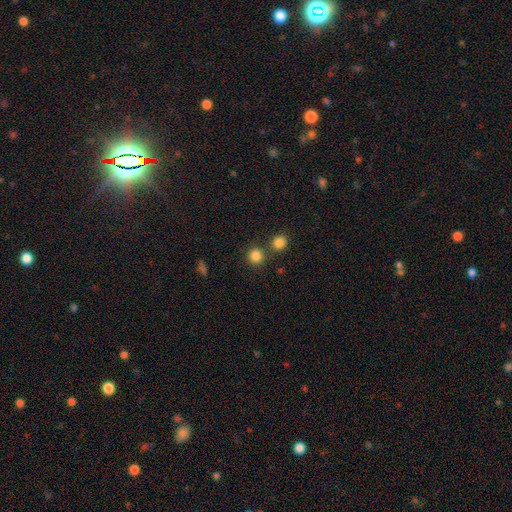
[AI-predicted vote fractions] smooth-or-featured: smooth: 83% | star or artifact: 12% | featured or disk: 4%
  how-rounded: round: 92% | in between: 7% | cigar-shaped: 1%
  merging: none: 75% | merger: 16% | minor disturbance: 7% | major disturbance: 3%